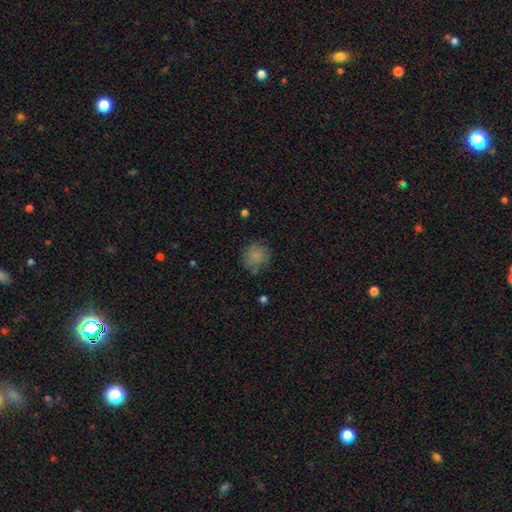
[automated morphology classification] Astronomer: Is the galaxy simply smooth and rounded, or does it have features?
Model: smooth — 80%.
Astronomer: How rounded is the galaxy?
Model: round — 88%.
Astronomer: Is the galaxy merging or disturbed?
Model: none — 72%.